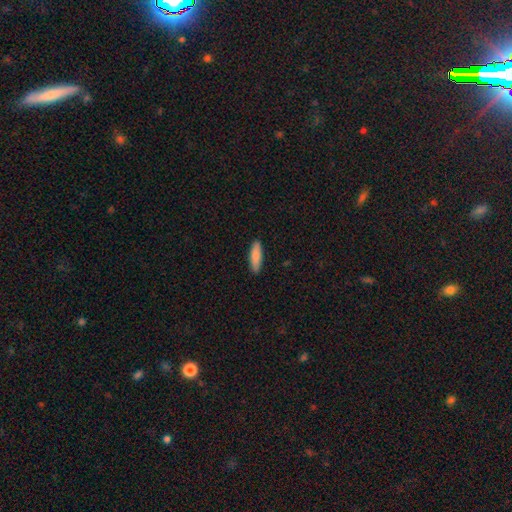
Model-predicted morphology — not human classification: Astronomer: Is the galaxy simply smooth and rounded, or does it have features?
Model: smooth — 86%.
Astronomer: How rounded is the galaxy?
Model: cigar-shaped — 62%.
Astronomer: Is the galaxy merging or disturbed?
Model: none — 90%.